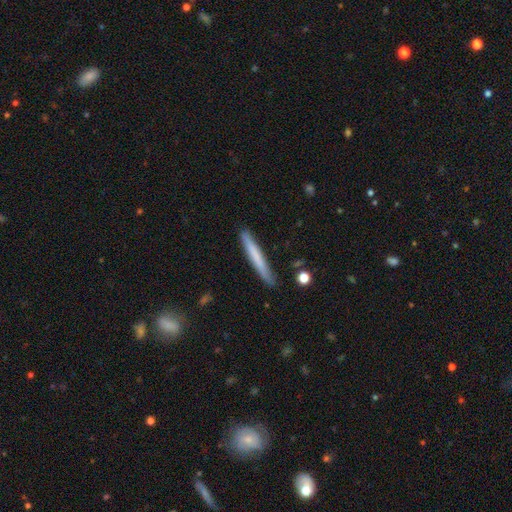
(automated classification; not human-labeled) Morphology: type=smooth (67%); roundness=cigar-shaped (97%); merging=none (88%).